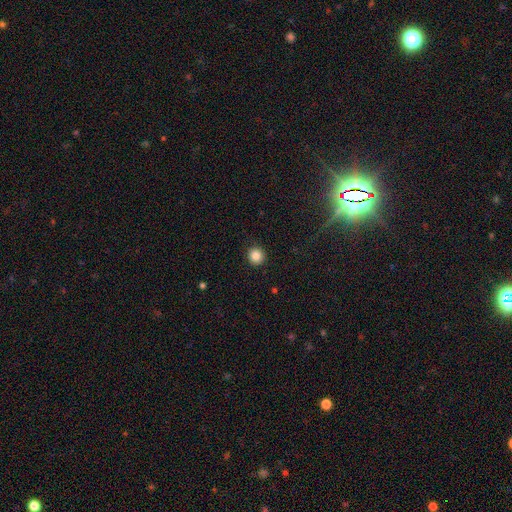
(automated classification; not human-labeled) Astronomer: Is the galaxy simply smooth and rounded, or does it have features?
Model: smooth — 85%.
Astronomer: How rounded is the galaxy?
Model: round — 94%.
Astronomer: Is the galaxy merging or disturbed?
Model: none — 92%.